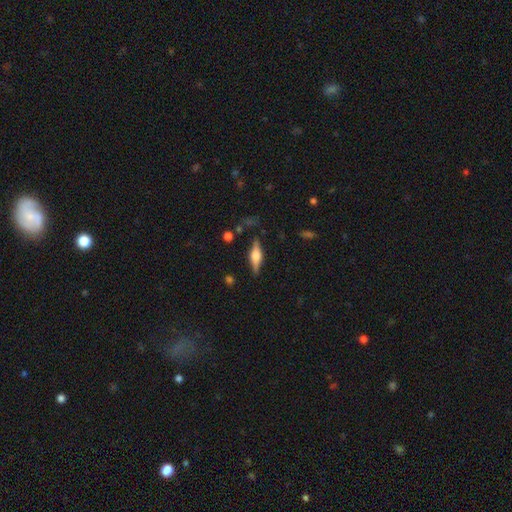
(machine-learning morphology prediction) smooth_or_featured: featured or disk (p=0.65) [alt: smooth p=0.28]
disk_edge_on: yes (p=0.96) [alt: no p=0.04]
edge_on_bulge: rounded (p=0.83) [alt: boxy p=0.15]
merging: none (p=0.82) [alt: minor disturbance p=0.12]